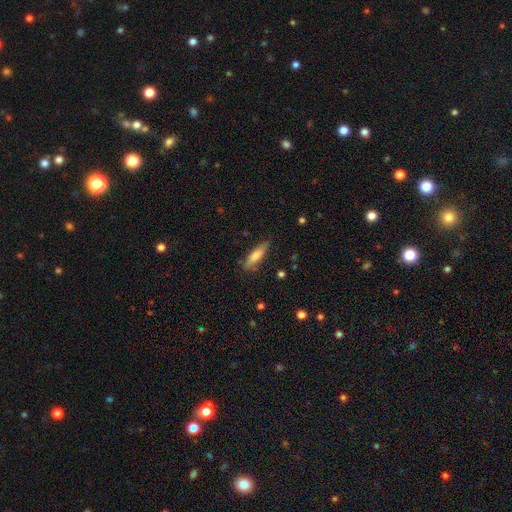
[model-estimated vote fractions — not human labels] smooth_or_featured: smooth (p=0.71) [alt: featured or disk p=0.23]
how_rounded: cigar-shaped (p=0.64) [alt: in between p=0.34]
merging: none (p=0.78) [alt: minor disturbance p=0.17]